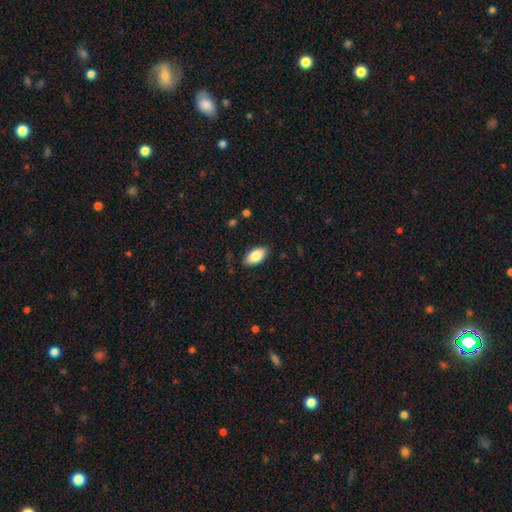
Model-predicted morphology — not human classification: This appears to be a smooth galaxy with no disk features (83%) that is in between round and cigar-shaped (92%). Merging: none (85%).